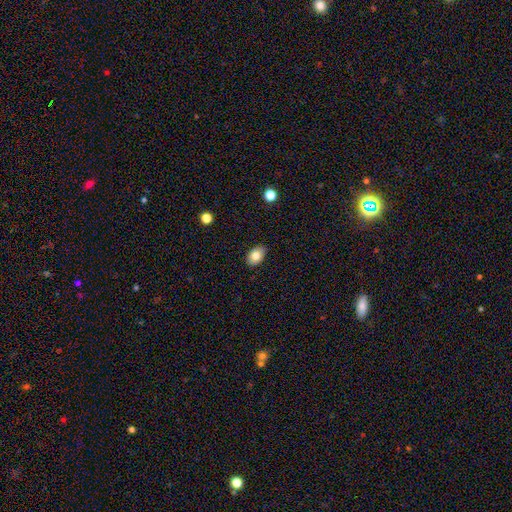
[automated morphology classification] A smooth galaxy with no disk features (80%) that is in between round and cigar-shaped (85%). Merging: none (86%).